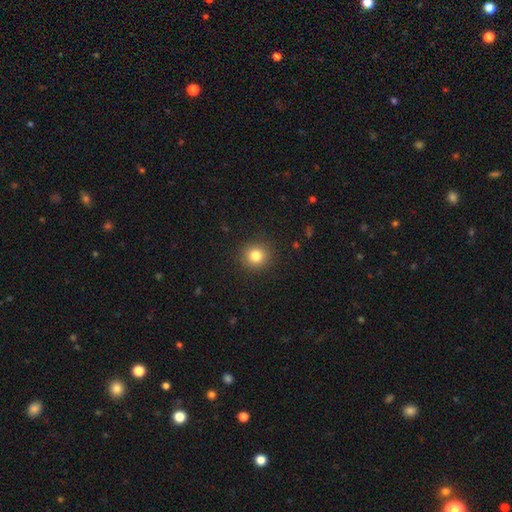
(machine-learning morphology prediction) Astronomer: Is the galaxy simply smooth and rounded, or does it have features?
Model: smooth — 82%.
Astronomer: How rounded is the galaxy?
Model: round — 91%.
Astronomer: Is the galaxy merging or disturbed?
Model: none — 91%.